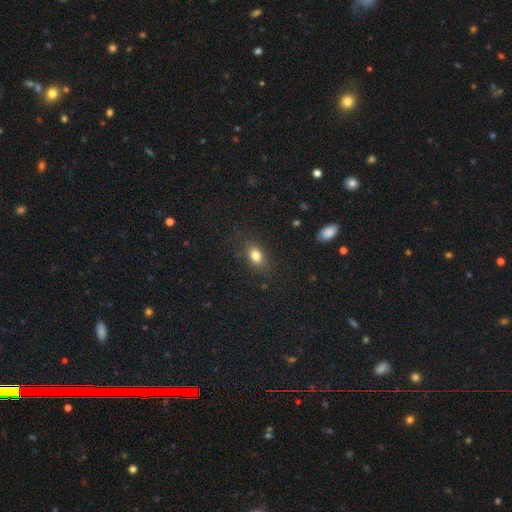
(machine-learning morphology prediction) Smooth or featured?
  - smooth: 79% *
  - star or artifact: 11%
  - featured or disk: 9%
How rounded?
  - in between: 73% *
  - round: 23%
  - cigar-shaped: 3%
Merging?
  - none: 82% *
  - minor disturbance: 13%
  - major disturbance: 4%
  - merger: 1%